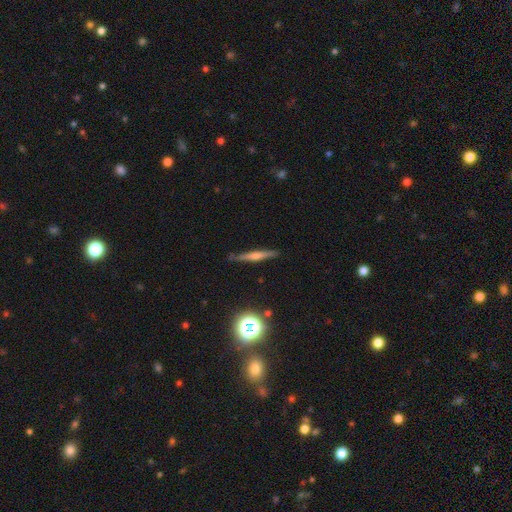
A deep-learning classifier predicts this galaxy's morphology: Q: Smooth or featured?
A: featured or disk (57%); runner-up: smooth (33%)
Q: Edge-on disk?
A: yes (96%); runner-up: no (4%)
Q: Edge-on bulge?
A: rounded (65%); runner-up: none (21%)
Q: Merging?
A: none (86%); runner-up: minor disturbance (10%)